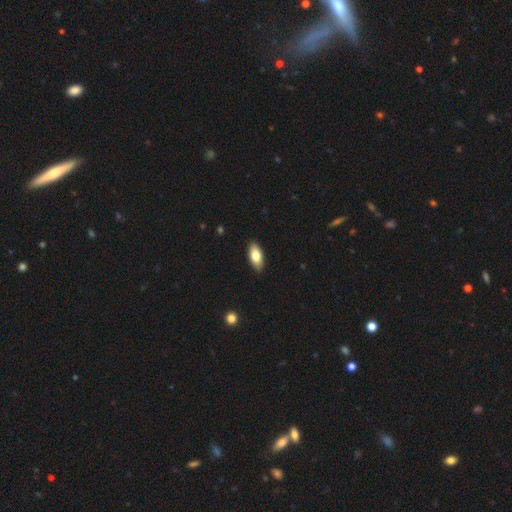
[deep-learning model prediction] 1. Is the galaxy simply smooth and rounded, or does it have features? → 79% smooth, 15% featured or disk, 6% star or artifact.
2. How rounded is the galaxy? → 88% in between, 9% cigar-shaped, 3% round.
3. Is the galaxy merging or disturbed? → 89% none, 8% minor disturbance, 2% major disturbance, 1% merger.